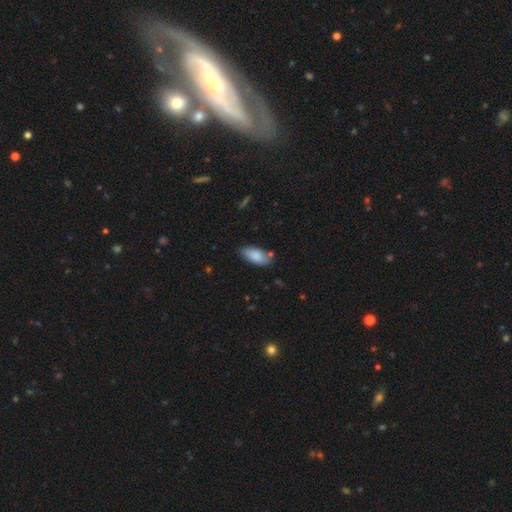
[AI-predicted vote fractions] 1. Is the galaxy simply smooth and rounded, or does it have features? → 86% smooth, 8% featured or disk, 6% star or artifact.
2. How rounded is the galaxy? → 90% in between, 8% cigar-shaped, 2% round.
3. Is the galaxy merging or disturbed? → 74% none, 18% minor disturbance, 4% merger, 3% major disturbance.